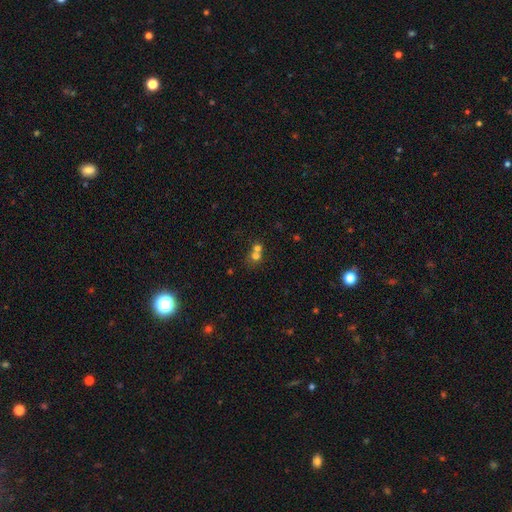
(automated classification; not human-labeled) smooth-or-featured: smooth: 67% | star or artifact: 18% | featured or disk: 16%
  how-rounded: round: 80% | in between: 19% | cigar-shaped: 1%
  merging: merger: 58% | none: 34% | minor disturbance: 5% | major disturbance: 3%